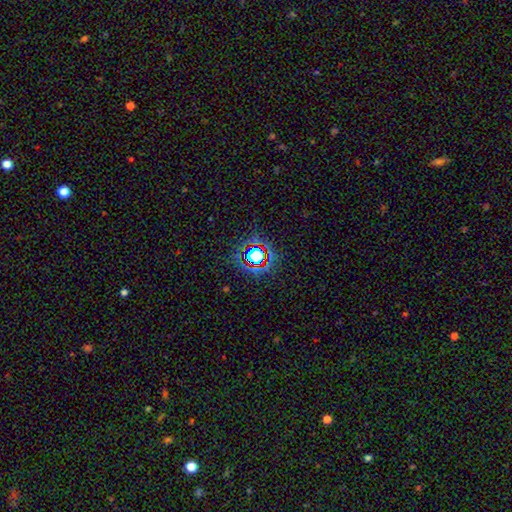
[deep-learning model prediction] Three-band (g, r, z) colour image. It shows a star or artifact, not a galaxy (66%).